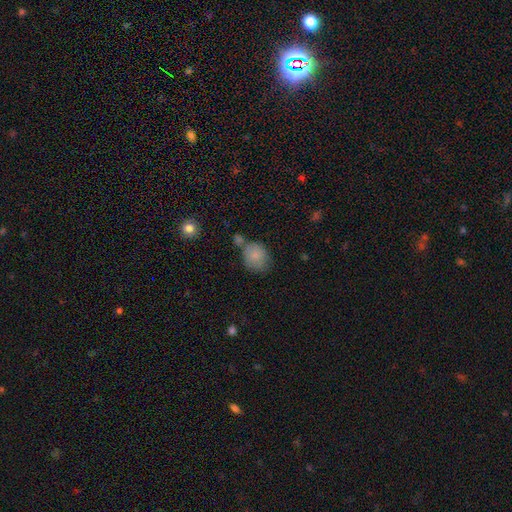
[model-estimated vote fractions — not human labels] This is clearly a smooth galaxy (83%). How rounded: likely round (61%). Merging: possibly none (51%).